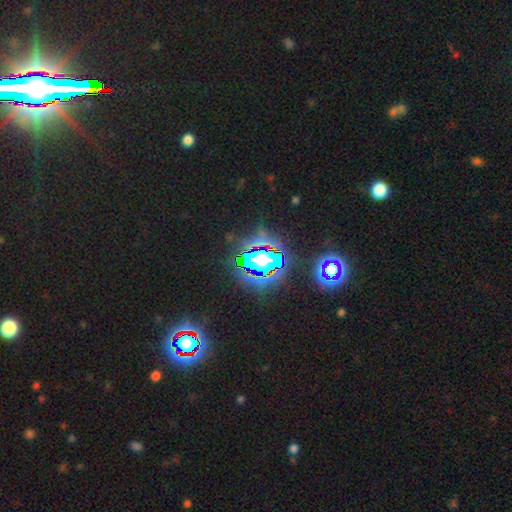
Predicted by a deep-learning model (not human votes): Morphology: type=star or artifact (83%).